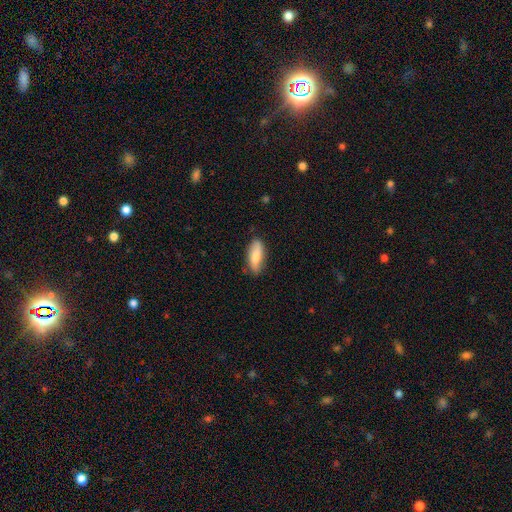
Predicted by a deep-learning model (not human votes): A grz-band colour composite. It shows a smooth galaxy with no disk features (76%) that is in between round and cigar-shaped (71%). Merging: none (77%).